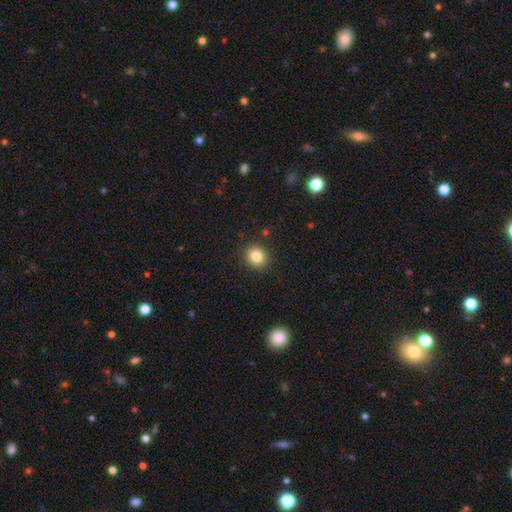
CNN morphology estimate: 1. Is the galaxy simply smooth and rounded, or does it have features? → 83% smooth, 11% star or artifact, 6% featured or disk.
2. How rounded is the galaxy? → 79% round, 20% in between, 1% cigar-shaped.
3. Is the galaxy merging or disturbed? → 89% none, 7% minor disturbance, 2% major disturbance, 1% merger.